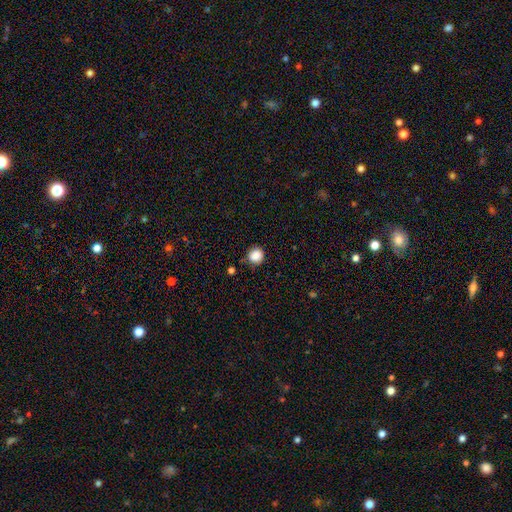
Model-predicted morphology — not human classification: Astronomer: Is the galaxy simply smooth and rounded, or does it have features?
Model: smooth — 87%.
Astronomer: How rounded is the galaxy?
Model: round — 91%.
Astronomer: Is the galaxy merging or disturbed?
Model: none — 80%.